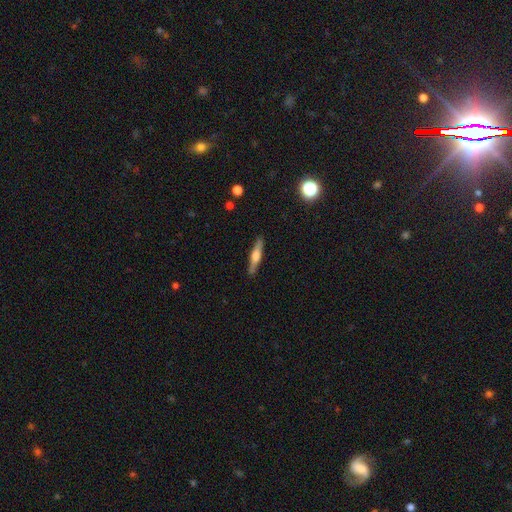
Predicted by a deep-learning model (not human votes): This is possibly a featured or disk galaxy (58%). It is clearly viewed edge-on (96%). Edge-on bulge: clearly rounded (82%). Merging: clearly none (89%).